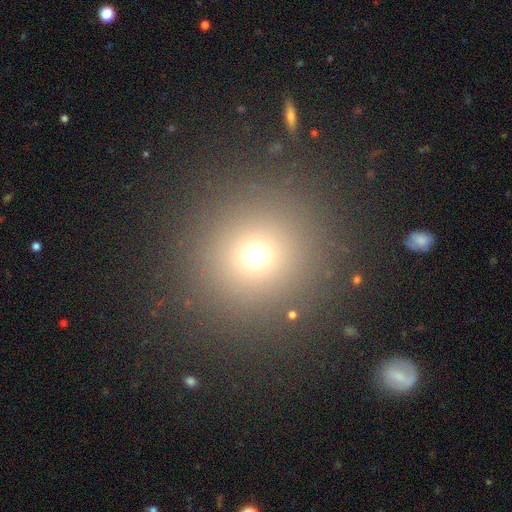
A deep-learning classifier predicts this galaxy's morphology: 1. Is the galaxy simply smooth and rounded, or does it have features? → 68% smooth, 23% star or artifact, 9% featured or disk.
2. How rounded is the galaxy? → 94% round, 5% in between, 1% cigar-shaped.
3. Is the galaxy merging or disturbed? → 88% none, 6% minor disturbance, 4% major disturbance, 2% merger.